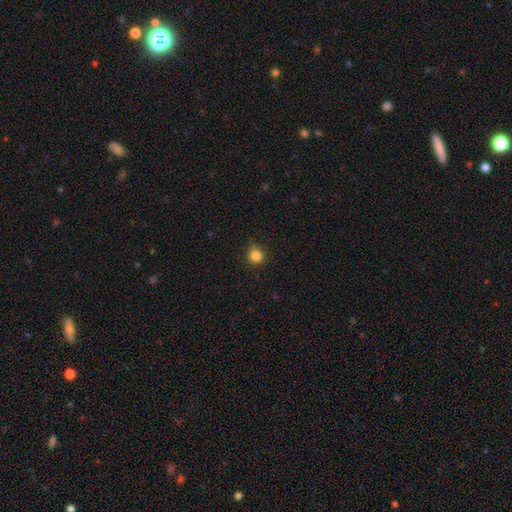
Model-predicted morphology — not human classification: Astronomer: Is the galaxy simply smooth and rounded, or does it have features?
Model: smooth — 84%.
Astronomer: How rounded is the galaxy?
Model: round — 93%.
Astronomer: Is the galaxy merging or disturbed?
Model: none — 81%.